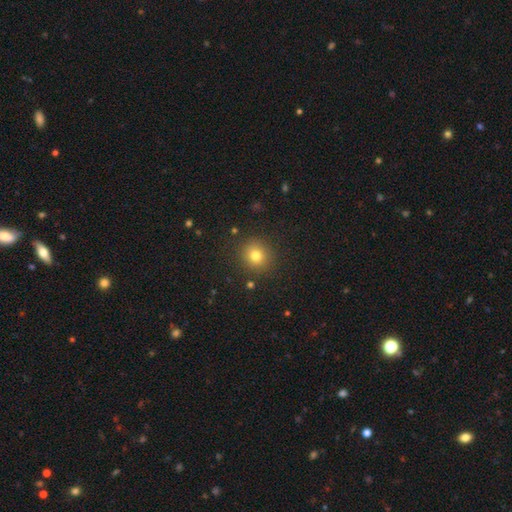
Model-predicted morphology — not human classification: A smooth galaxy with no disk features (78%) that is round (88%). Merging: none (89%).